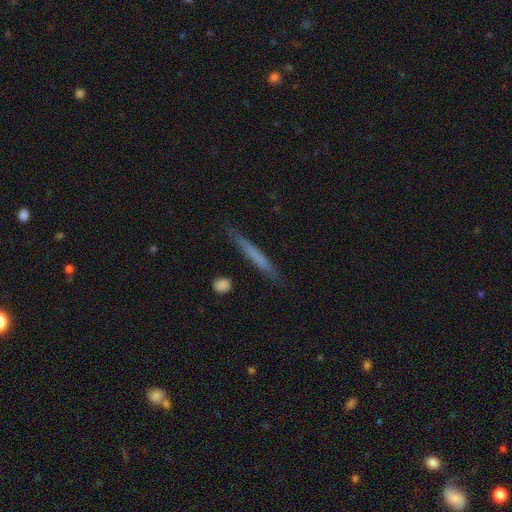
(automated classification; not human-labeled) smooth 54%, featured or disk 40%, star or artifact 6%. Down the decision tree: how rounded — cigar-shaped (96%); merging — none (86%).